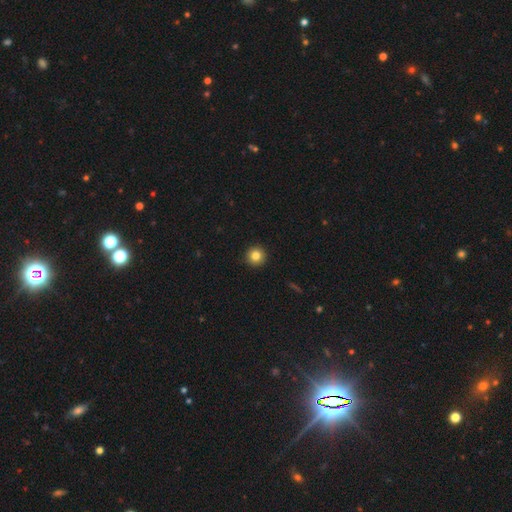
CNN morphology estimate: Q: Smooth or featured?
A: smooth (83%); runner-up: star or artifact (10%)
Q: How rounded?
A: round (96%); runner-up: in between (3%)
Q: Merging?
A: none (93%); runner-up: minor disturbance (4%)